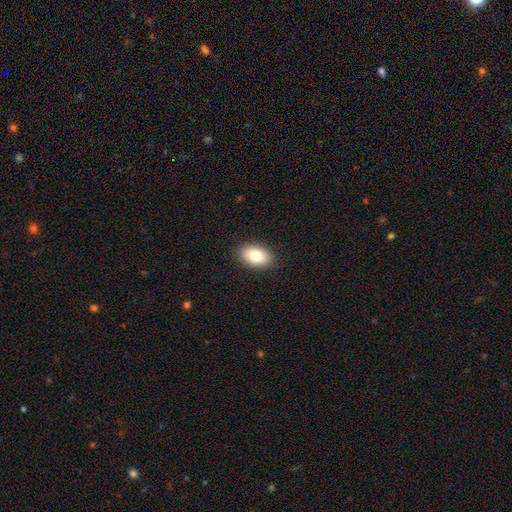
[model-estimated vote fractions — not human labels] Smooth or featured? Predicted: smooth (p=0.81). How rounded? Predicted: in between (p=0.91). Merging? Predicted: none (p=0.89).